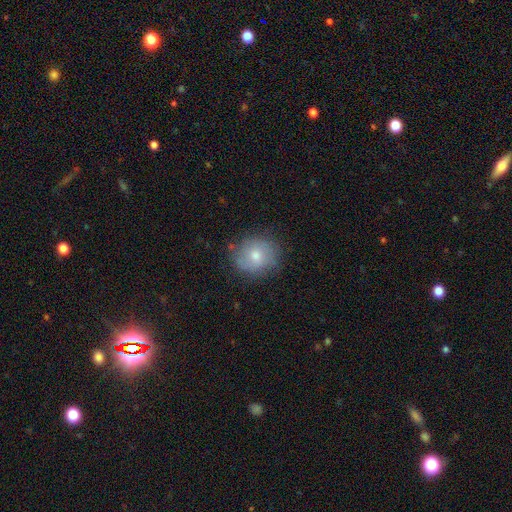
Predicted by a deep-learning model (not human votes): Q: Smooth or featured?
A: smooth (60%); runner-up: featured or disk (29%)
Q: How rounded?
A: round (82%); runner-up: in between (17%)
Q: Merging?
A: none (80%); runner-up: minor disturbance (15%)